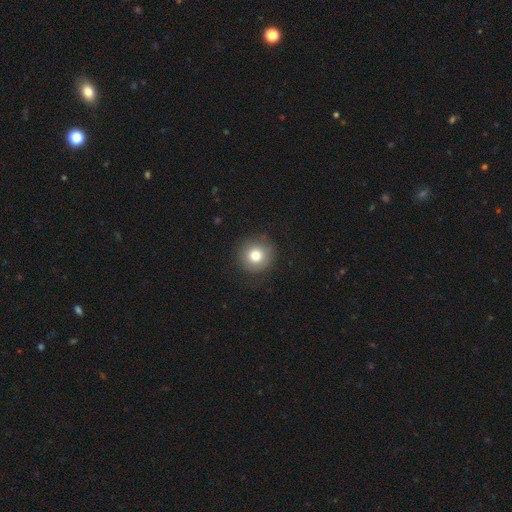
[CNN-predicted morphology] This is likely a smooth galaxy (77%). How rounded: clearly round (93%). Merging: clearly none (86%).